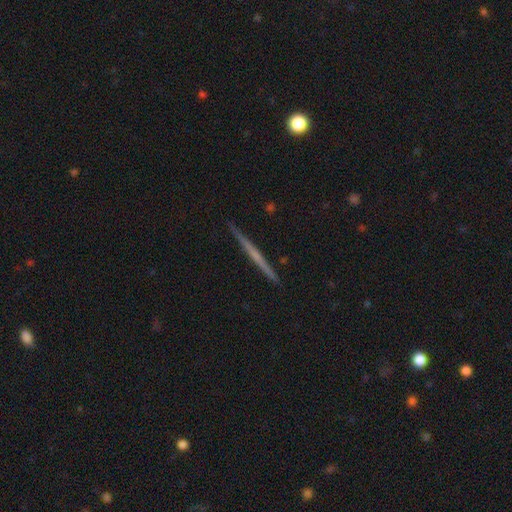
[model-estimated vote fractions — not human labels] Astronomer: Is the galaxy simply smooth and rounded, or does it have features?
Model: featured or disk — 64%.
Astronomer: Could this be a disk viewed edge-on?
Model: yes — 98%.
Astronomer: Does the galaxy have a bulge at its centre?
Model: none — 78%.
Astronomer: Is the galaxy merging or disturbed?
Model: none — 92%.